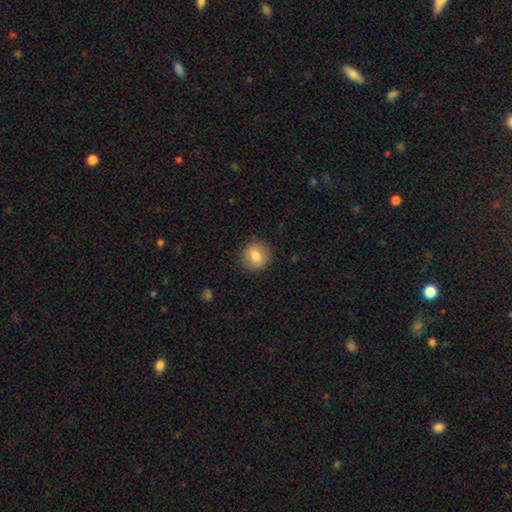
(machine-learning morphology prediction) The model was most divided on "smooth or featured": smooth: 80%, featured or disk: 11%, star or artifact: 9%. More confident: how rounded — round (91%); merging — none (88%).